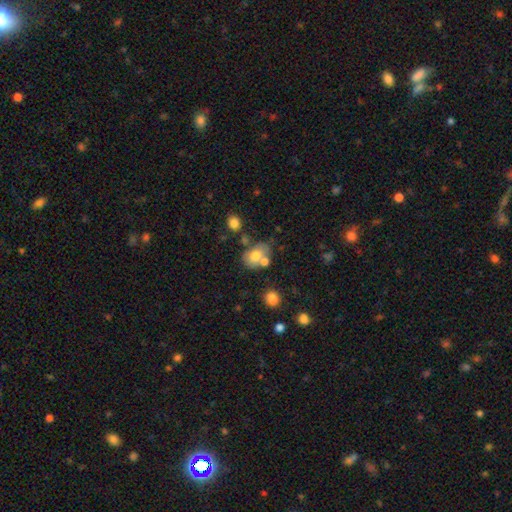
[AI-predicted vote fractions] Morphology: type=smooth (69%); roundness=in between (65%); merging=none (48%).